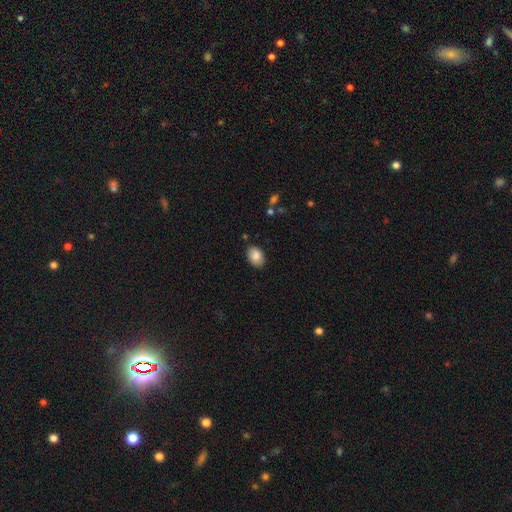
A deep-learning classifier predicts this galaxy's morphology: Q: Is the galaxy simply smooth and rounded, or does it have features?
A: smooth — 86%.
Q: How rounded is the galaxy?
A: in between — 85%.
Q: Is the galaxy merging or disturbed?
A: none — 85%.